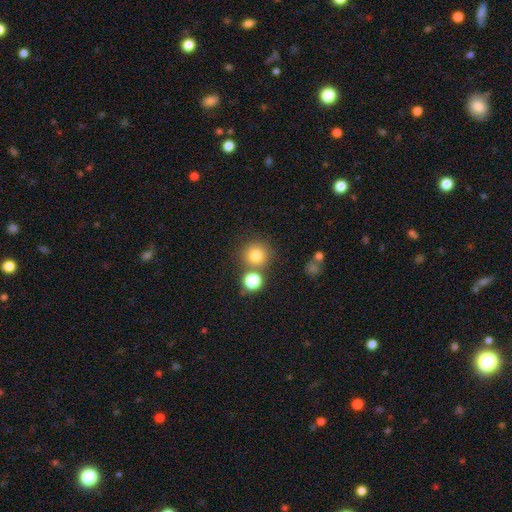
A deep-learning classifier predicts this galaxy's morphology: Smooth or featured? Predicted: smooth (p=0.79). How rounded? Predicted: round (p=0.93). Merging? Predicted: none (p=0.72).